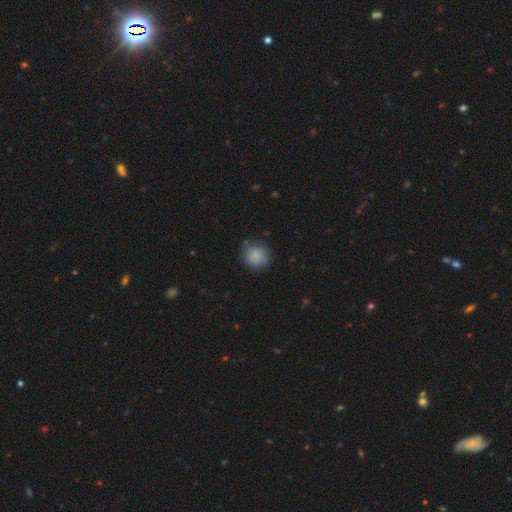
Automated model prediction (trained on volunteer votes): This is clearly a smooth galaxy (86%). How rounded: clearly round (90%). Merging: clearly none (83%).